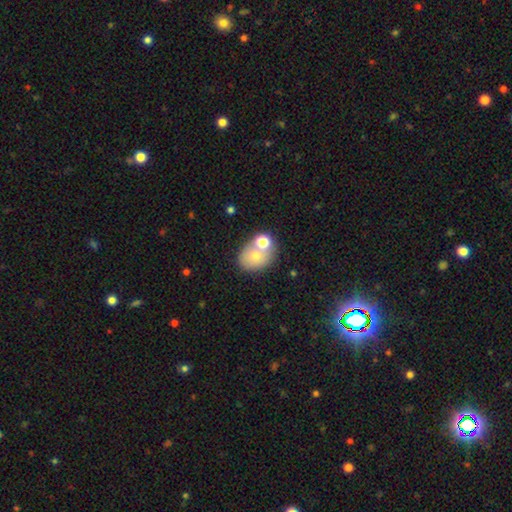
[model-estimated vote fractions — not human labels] A smooth galaxy with no disk features (69%) that is in between round and cigar-shaped (61%).

Vote fractions:
- Smooth or featured? smooth: 69% / featured or disk: 20% / star or artifact: 11%
- How rounded? in between: 61% / round: 38% / cigar-shaped: 1%
- Merging? none: 47% / merger: 34% / minor disturbance: 13% / major disturbance: 5%